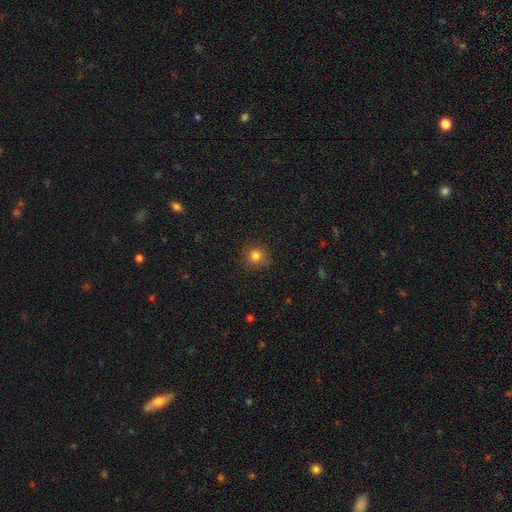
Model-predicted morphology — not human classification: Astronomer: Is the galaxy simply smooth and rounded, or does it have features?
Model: smooth — 80%.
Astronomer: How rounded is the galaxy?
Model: round — 84%.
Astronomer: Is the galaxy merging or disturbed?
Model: none — 79%.